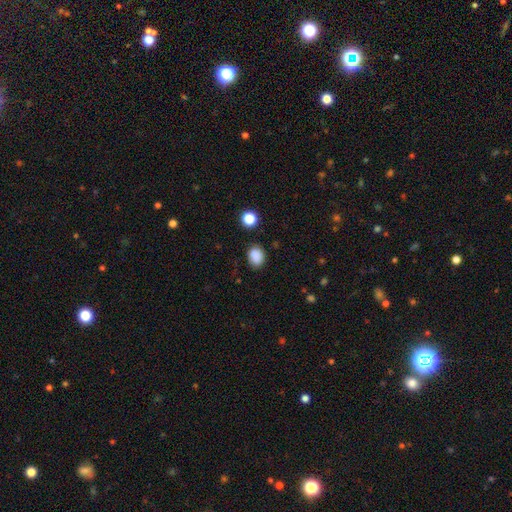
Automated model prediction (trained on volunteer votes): Smooth or featured? smooth (85%)
How rounded? in between (56%)
Merging? none (79%)